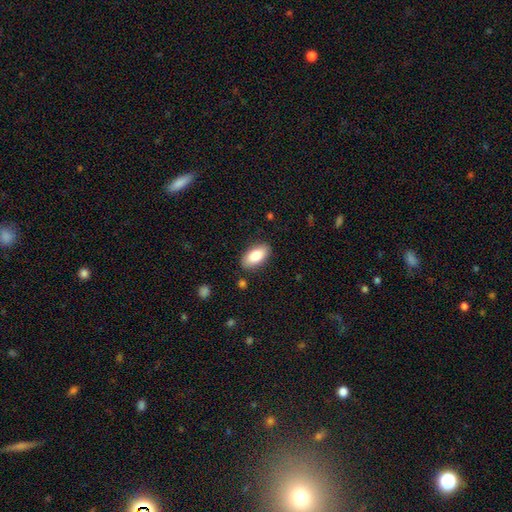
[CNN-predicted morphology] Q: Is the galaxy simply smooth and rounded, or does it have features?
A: smooth — 82%.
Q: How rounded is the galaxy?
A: in between — 92%.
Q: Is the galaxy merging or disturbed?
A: none — 86%.